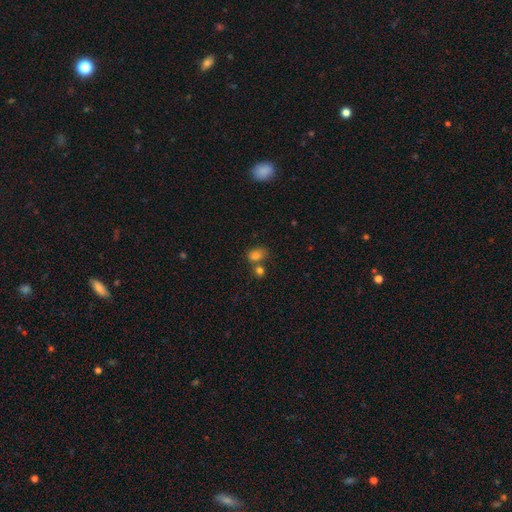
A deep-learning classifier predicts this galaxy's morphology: smooth 80%, star or artifact 13%, featured or disk 7%. Down the decision tree: how rounded — in between (63%); merging — none (51%).